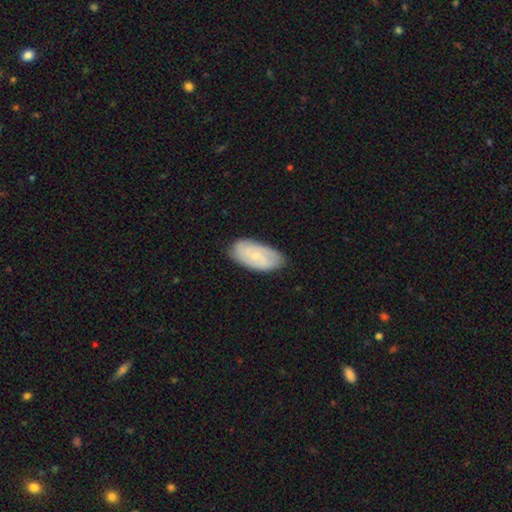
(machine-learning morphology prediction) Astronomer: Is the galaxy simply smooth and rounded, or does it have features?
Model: featured or disk — 51% (runner-up: smooth, 43%).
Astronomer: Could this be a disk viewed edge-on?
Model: no — 93%.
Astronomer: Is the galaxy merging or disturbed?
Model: none — 78%.